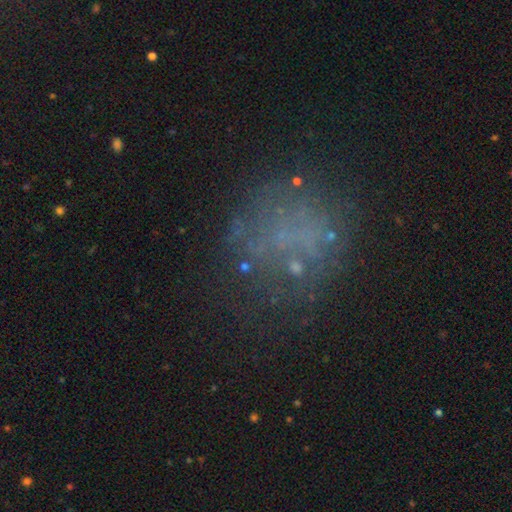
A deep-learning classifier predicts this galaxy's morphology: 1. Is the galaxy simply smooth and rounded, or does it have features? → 38% smooth, 33% featured or disk, 29% star or artifact.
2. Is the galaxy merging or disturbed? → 66% none, 15% major disturbance, 14% minor disturbance, 4% merger.